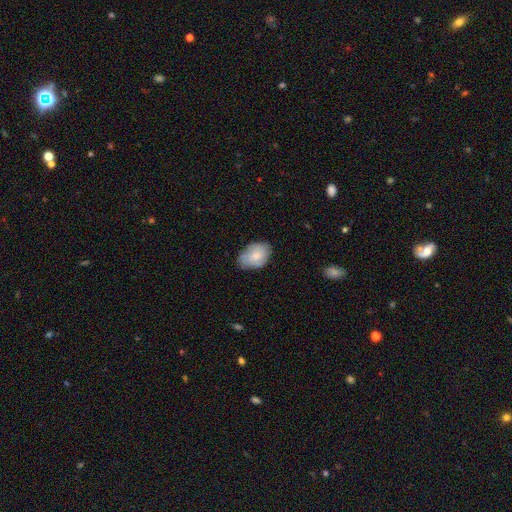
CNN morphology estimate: smooth 77%, featured or disk 17%, star or artifact 6%. Down the decision tree: how rounded — in between (85%); merging — none (70%).